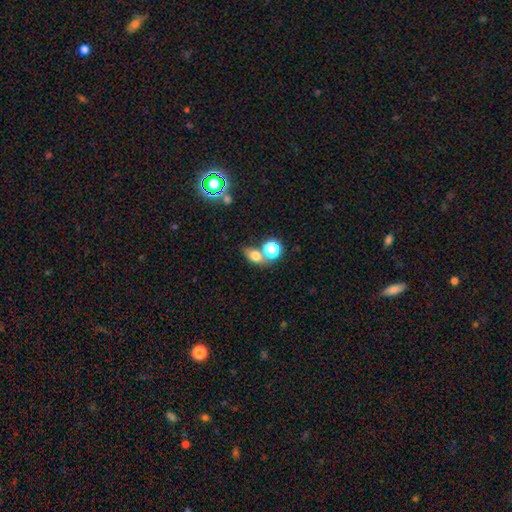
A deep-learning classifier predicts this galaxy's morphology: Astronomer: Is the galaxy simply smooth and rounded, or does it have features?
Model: smooth — 73%.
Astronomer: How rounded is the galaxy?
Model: in between — 61%.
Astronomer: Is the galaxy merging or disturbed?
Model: none — 45% (runner-up: merger, 37%).